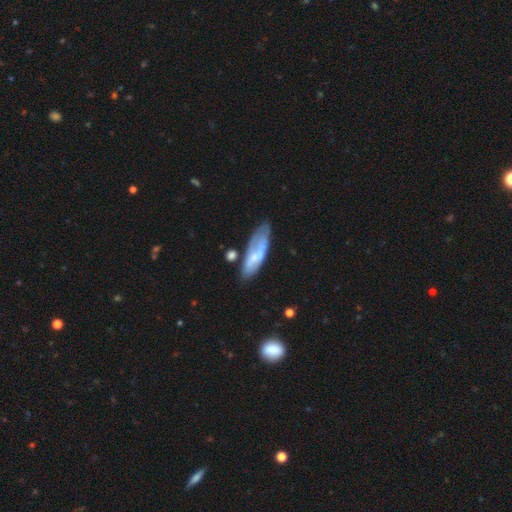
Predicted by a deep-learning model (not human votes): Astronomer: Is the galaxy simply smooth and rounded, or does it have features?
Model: smooth — 48% (runner-up: featured or disk, 45%).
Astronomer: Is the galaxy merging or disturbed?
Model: none — 50% (runner-up: minor disturbance, 27%).